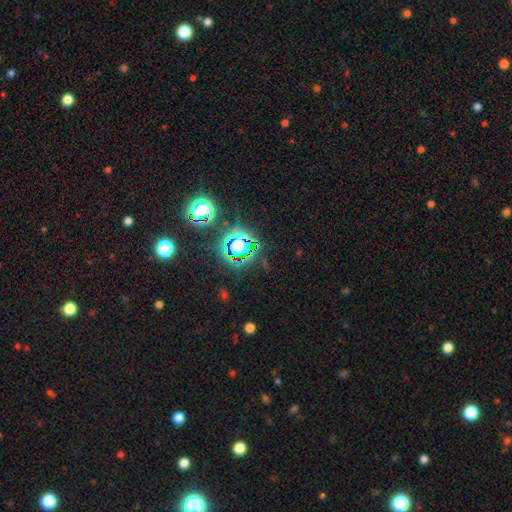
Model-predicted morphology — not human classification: Smooth or featured? star or artifact (78%)